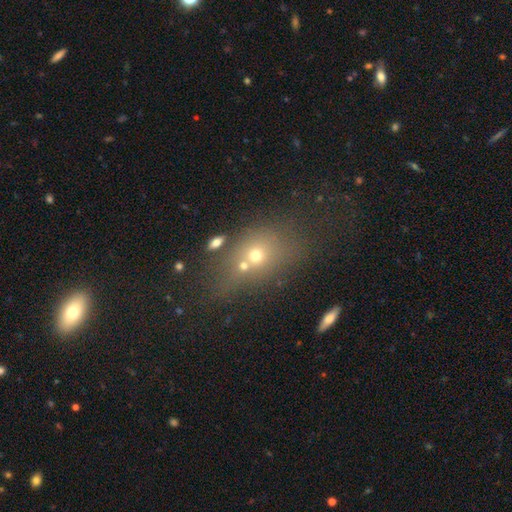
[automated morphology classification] Q: Smooth or featured?
A: smooth (56%); runner-up: featured or disk (23%)
Q: How rounded?
A: in between (49%); runner-up: round (48%)
Q: Merging?
A: merger (43%); runner-up: none (38%)